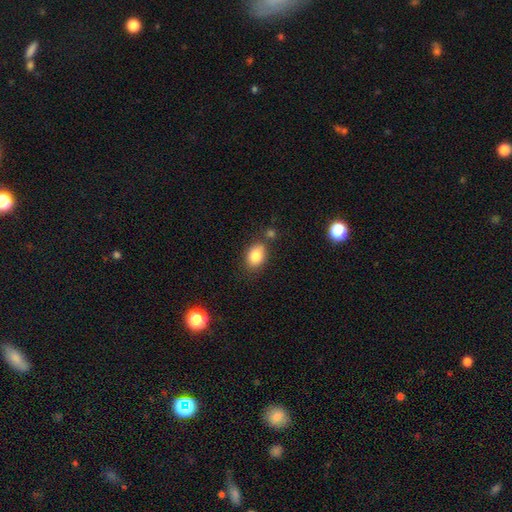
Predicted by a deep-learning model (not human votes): A smooth galaxy with no disk features (84%) that is in between round and cigar-shaped (75%).

Vote fractions:
- Smooth or featured? smooth: 84% / star or artifact: 9% / featured or disk: 8%
- How rounded? in between: 75% / round: 24% / cigar-shaped: 1%
- Merging? none: 70% / minor disturbance: 16% / merger: 10% / major disturbance: 4%